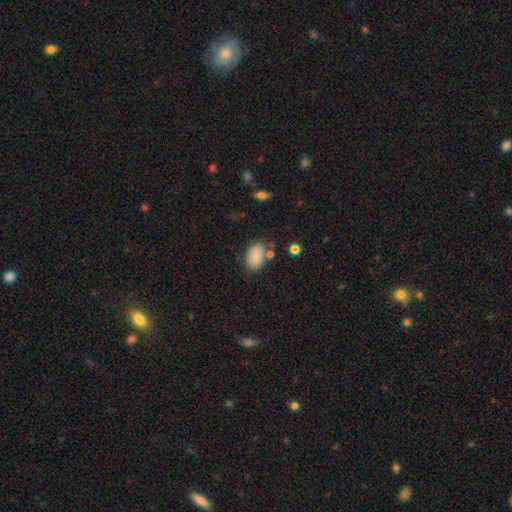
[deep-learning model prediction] Morphology: type=smooth (86%); roundness=in between (92%); merging=none (66%).